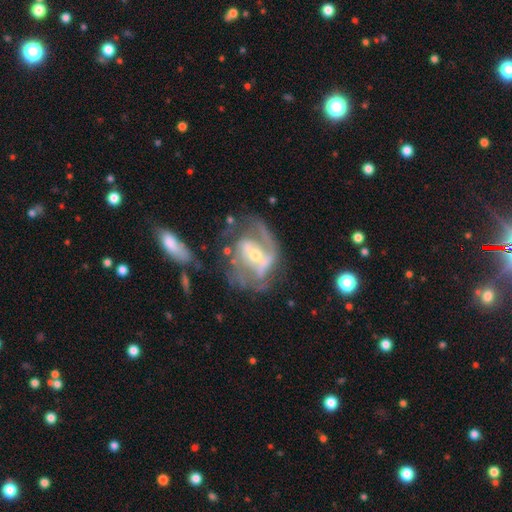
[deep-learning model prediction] Morphology: type=featured or disk (83%); edge-on=no (96%); bar=weak (40%); spiral arms=yes (84%); winding=medium (43%); arm count=2 (44%); bulge=moderate (53%); merging=none (42%).